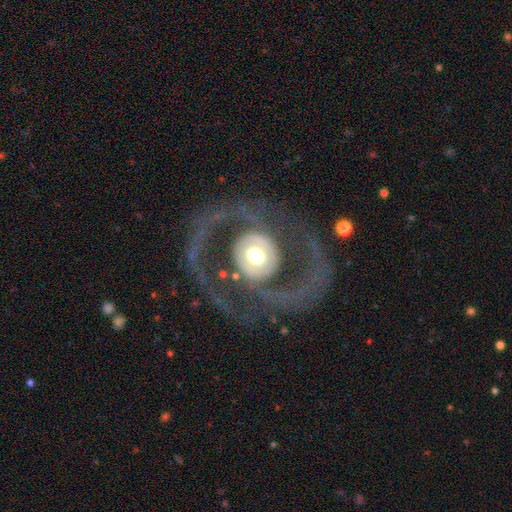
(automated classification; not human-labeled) Smooth or featured? Predicted: featured or disk (p=0.77). Edge-on disk? Predicted: no (p=0.96). Bar? Predicted: no (p=0.67). Spiral arms? Predicted: yes (p=0.69). Spiral winding? Predicted: loose (p=0.42). Spiral arm count? Predicted: 2 (p=0.72). Bulge size? Predicted: moderate (p=0.52). Merging? Predicted: none (p=0.62).